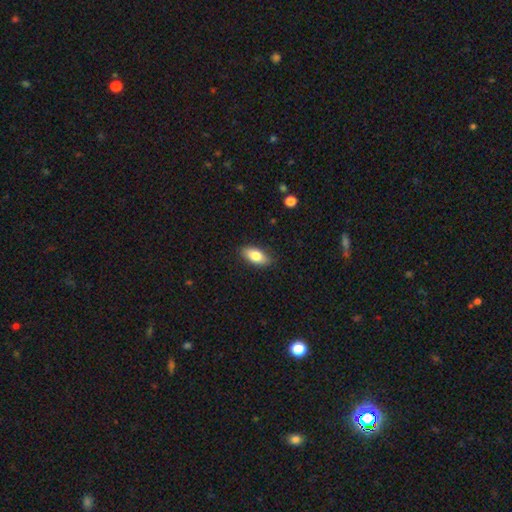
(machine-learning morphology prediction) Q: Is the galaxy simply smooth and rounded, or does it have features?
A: smooth — 80%.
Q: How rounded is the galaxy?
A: in between — 88%.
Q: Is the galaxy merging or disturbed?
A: none — 88%.